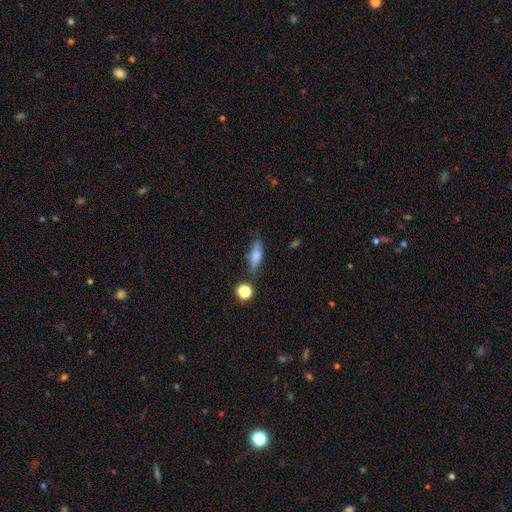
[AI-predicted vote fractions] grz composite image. It shows a smooth galaxy with no disk features (70%) that is in between round and cigar-shaped (60%). Merging: none (65%).